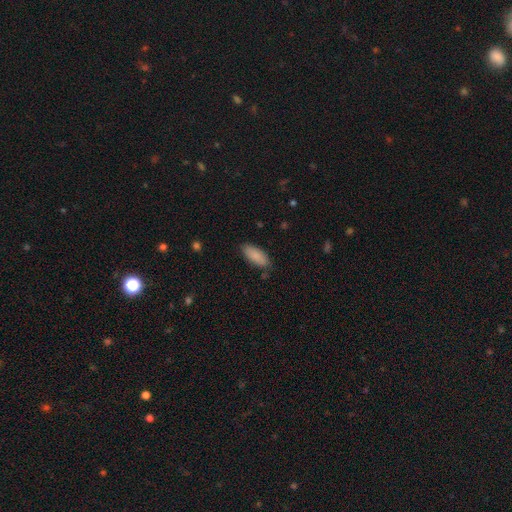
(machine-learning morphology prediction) The model was most divided on "how rounded": in between: 80%, cigar-shaped: 19%, round: 2%. More confident: smooth or featured — smooth (88%); merging — none (82%).